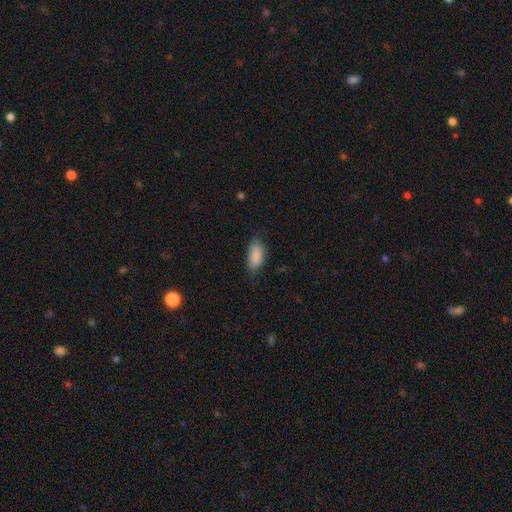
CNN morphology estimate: A smooth galaxy with no disk features (87%) that is in between round and cigar-shaped (91%).

Vote fractions:
- Smooth or featured? smooth: 87% / star or artifact: 7% / featured or disk: 6%
- How rounded? in between: 91% / cigar-shaped: 6% / round: 3%
- Merging? none: 62% / minor disturbance: 29% / major disturbance: 7% / merger: 1%